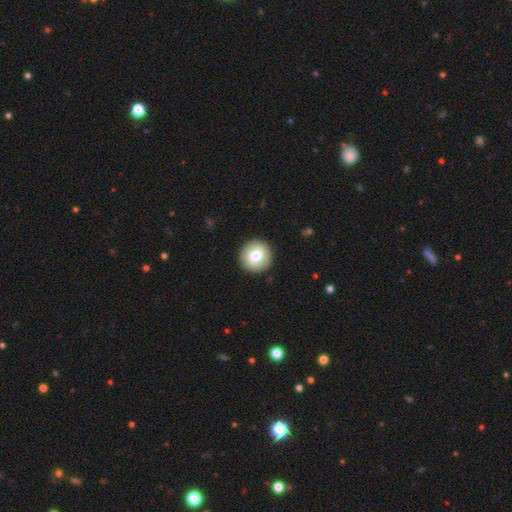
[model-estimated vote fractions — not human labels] The model was most divided on "smooth or featured": smooth: 71%, featured or disk: 22%, star or artifact: 8%. More confident: how rounded — round (93%); merging — none (90%).